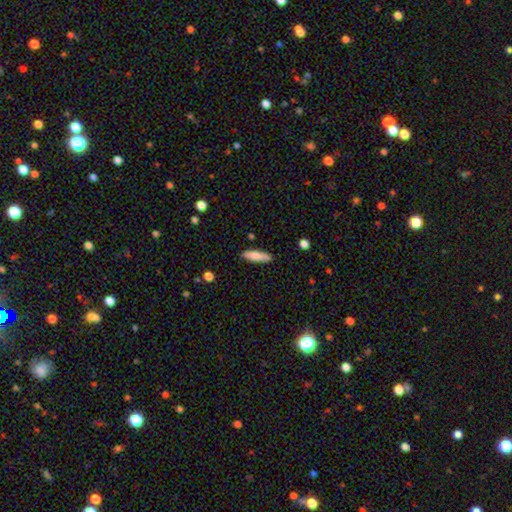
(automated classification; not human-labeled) A smooth galaxy with no disk features (81%) that is cigar-shaped (59%). Merging: none (86%).